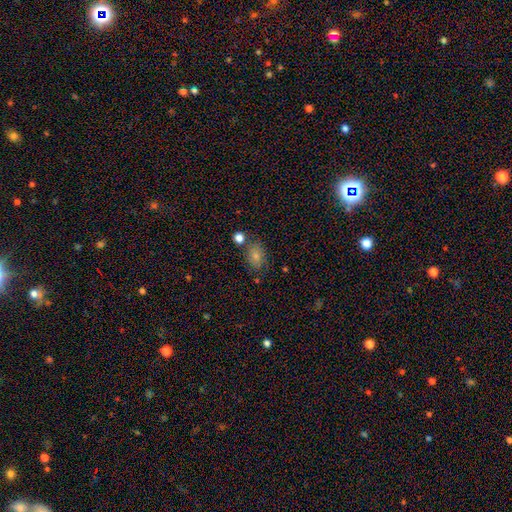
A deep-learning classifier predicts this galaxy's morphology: The model was most divided on "how rounded": in between: 74%, round: 25%, cigar-shaped: 2%. More confident: smooth or featured — smooth (78%); merging — none (68%).